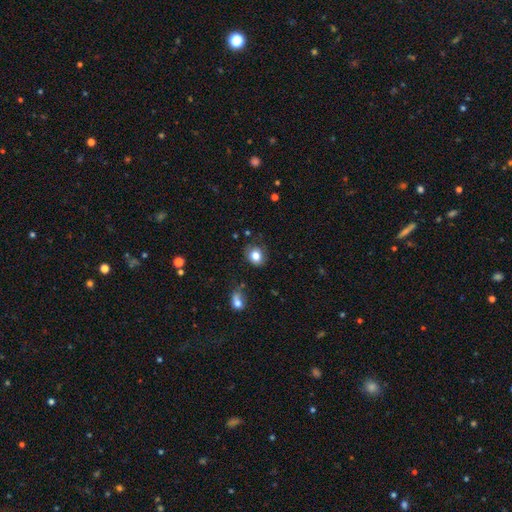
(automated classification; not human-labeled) Q: Smooth or featured?
A: smooth (82%); runner-up: star or artifact (10%)
Q: How rounded?
A: round (62%); runner-up: in between (37%)
Q: Merging?
A: none (79%); runner-up: minor disturbance (15%)